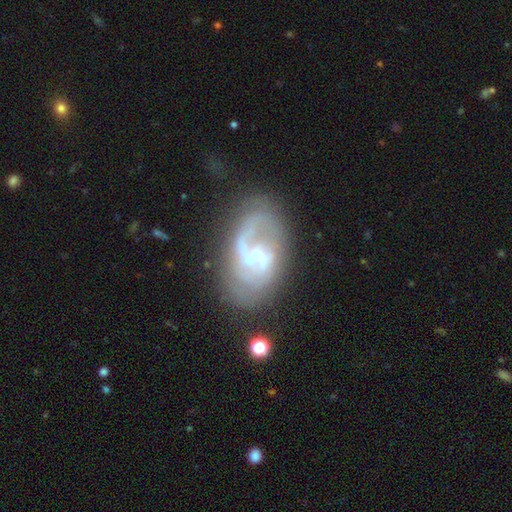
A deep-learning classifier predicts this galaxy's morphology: featured or disk 85%, smooth 8%, star or artifact 6%. Down the decision tree: edge-on disk — no (96%); bar — weak (54%); spiral arms — yes (94%); spiral arm count — 2 (70%); spiral winding — medium (45%); bulge size — small (57%); merging — none (67%).